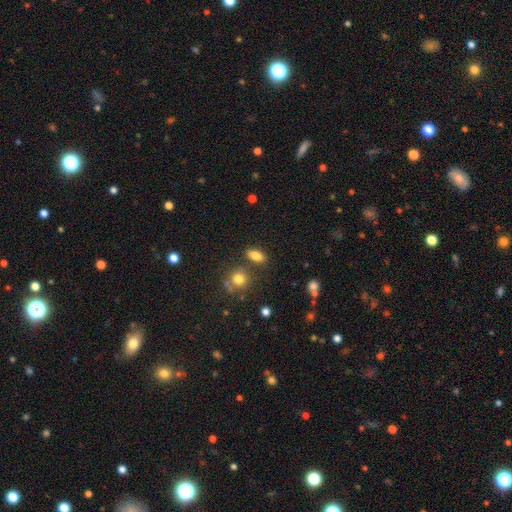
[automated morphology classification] This is clearly a smooth galaxy (81%). How rounded: clearly in between (82%). Merging: likely none (78%).